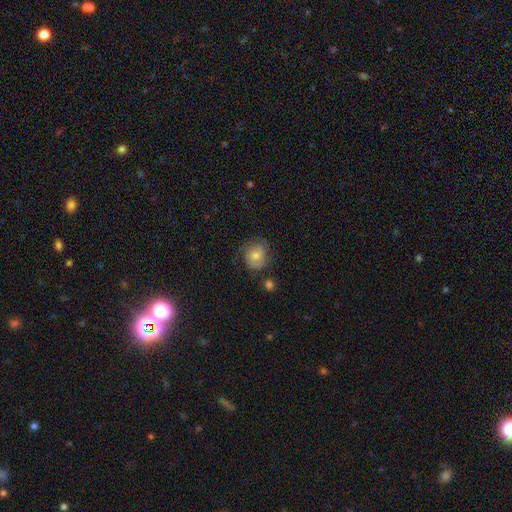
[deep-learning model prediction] A smooth galaxy with no disk features (50%) that is round (72%). Merging: none (71%).